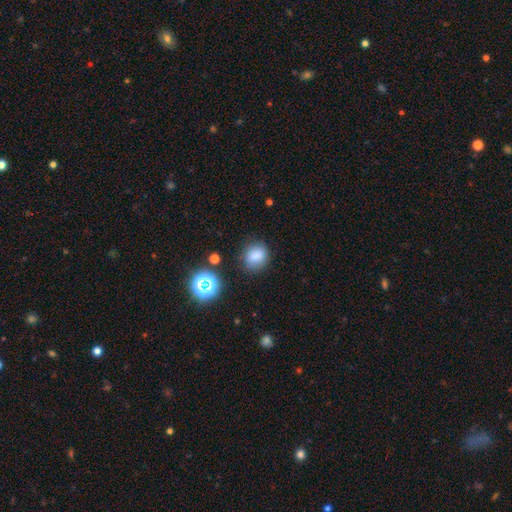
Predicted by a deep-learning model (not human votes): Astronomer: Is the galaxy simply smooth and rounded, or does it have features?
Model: smooth — 80%.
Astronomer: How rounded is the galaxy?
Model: round — 69%.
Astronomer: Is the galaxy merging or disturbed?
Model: none — 78%.